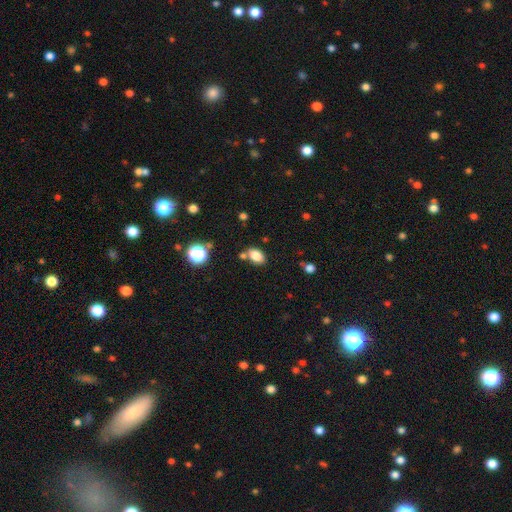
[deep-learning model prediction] Overall: smooth (83%). How rounded: in between (86%). Merging: none (70%).